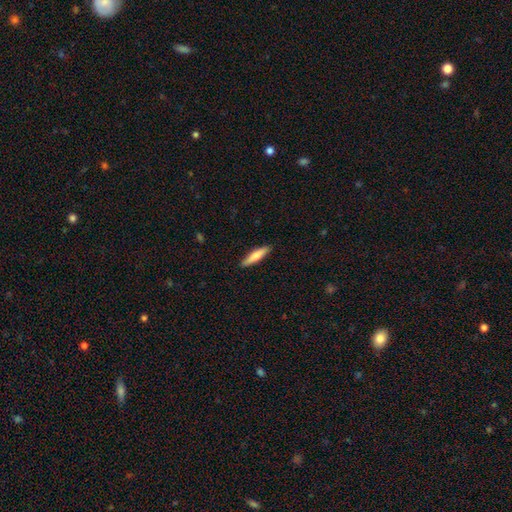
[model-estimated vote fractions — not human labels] smooth 76%, featured or disk 19%, star or artifact 5%. Down the decision tree: how rounded — cigar-shaped (82%); merging — none (89%).